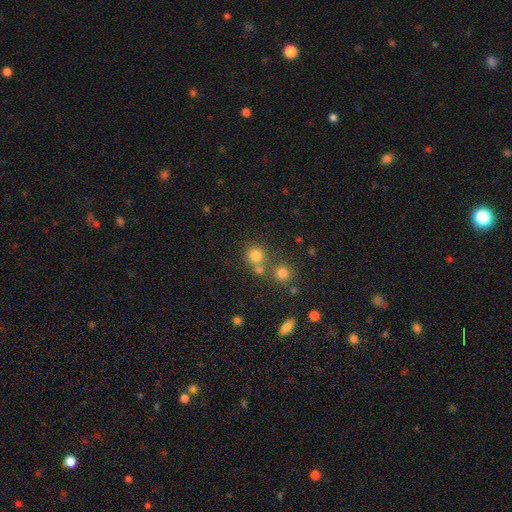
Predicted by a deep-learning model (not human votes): Morphology: type=smooth (78%); roundness=round (88%); merging=none (62%).